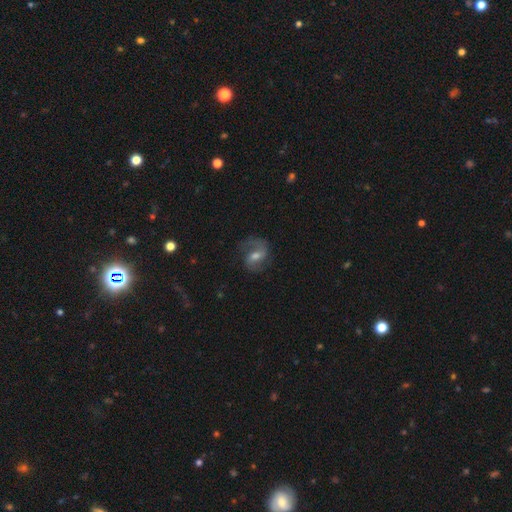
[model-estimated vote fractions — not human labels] The model was most divided on "spiral winding": medium: 49%, loose: 37%, tight: 13%. More confident: edge-on disk — no (97%); spiral arms — yes (94%); spiral arm count — 2 (83%); smooth or featured — featured or disk (76%); merging — none (70%); bulge size — moderate (59%); bar — weak (53%).